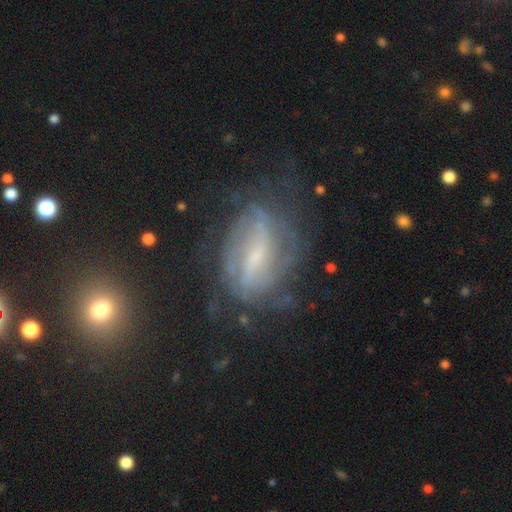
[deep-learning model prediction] Smooth or featured? featured or disk (78%)
Edge-on disk? no (92%)
Bar? weak (42%)
Spiral arms? yes (87%)
Spiral winding? tight (42%)
Spiral arm count? can't tell (40%)
Bulge size? small (57%)
Merging? none (61%)